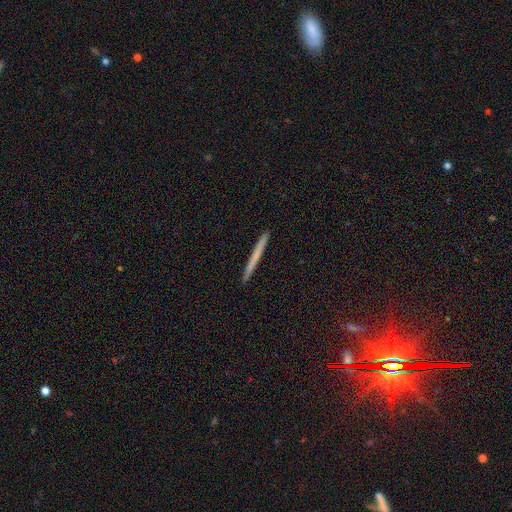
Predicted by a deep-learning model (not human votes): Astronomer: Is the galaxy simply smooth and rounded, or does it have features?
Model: smooth — 53% (runner-up: featured or disk, 40%).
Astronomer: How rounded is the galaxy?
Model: cigar-shaped — 97%.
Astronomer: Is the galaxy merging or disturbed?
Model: none — 93%.